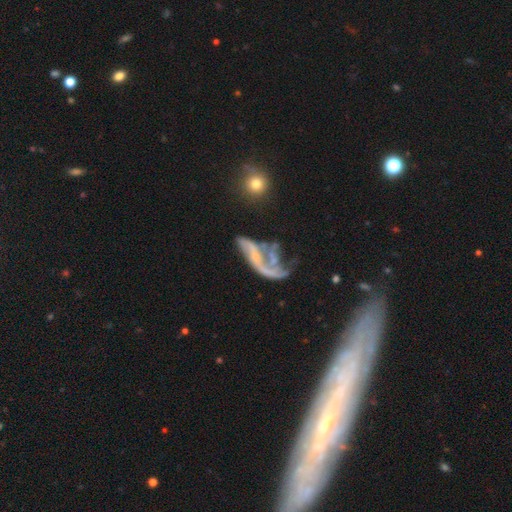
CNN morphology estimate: smooth-or-featured: featured or disk: 74% | smooth: 15% | star or artifact: 11%
  disk-edge-on: no: 88% | yes: 12%
    bar: no: 61% | weak: 25% | strong: 14%
    has-spiral-arms: yes: 66% | no: 34%
    bulge-size: small: 48% | none: 35% | moderate: 14% | large: 2% | dominant: 1%
  merging: major disturbance: 39% | merger: 24% | none: 23% | minor disturbance: 15%